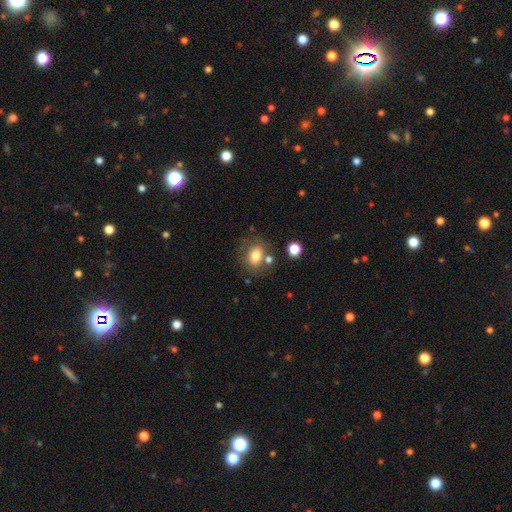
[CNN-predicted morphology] Smooth or featured? smooth (73%)
How rounded? in between (53%)
Merging? none (65%)